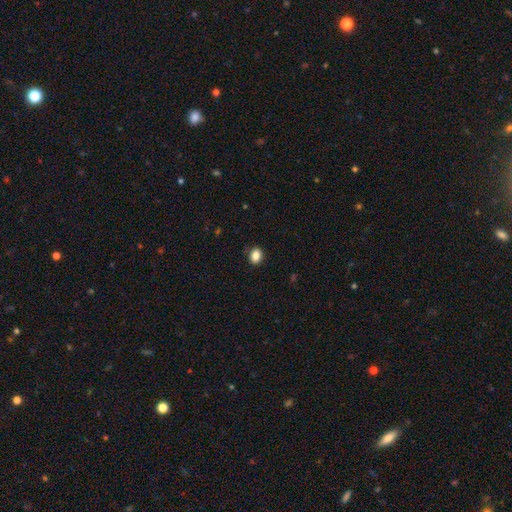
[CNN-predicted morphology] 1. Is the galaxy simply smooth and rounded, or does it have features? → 86% smooth, 9% star or artifact, 5% featured or disk.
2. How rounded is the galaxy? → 61% in between, 38% round, 1% cigar-shaped.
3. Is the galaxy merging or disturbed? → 86% none, 11% minor disturbance, 2% major disturbance, 1% merger.